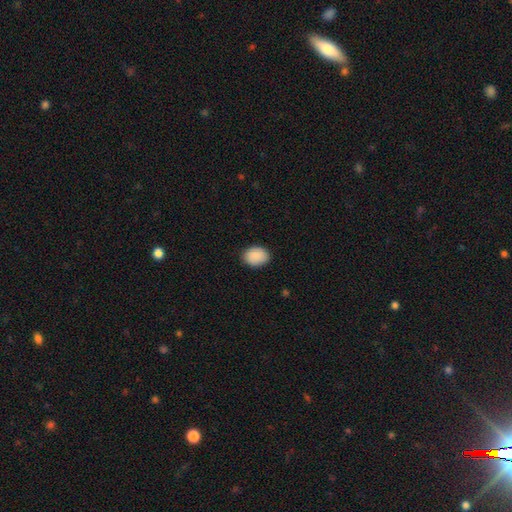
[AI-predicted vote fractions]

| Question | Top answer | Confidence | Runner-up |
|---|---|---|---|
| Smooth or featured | smooth | 90% | star or artifact (7%) |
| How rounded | in between | 66% | round (34%) |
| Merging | none | 87% | minor disturbance (10%) |